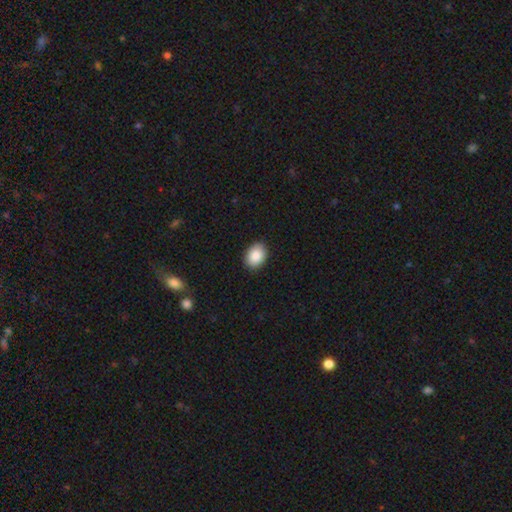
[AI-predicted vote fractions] Smooth or featured? smooth (89%)
How rounded? in between (72%)
Merging? none (89%)